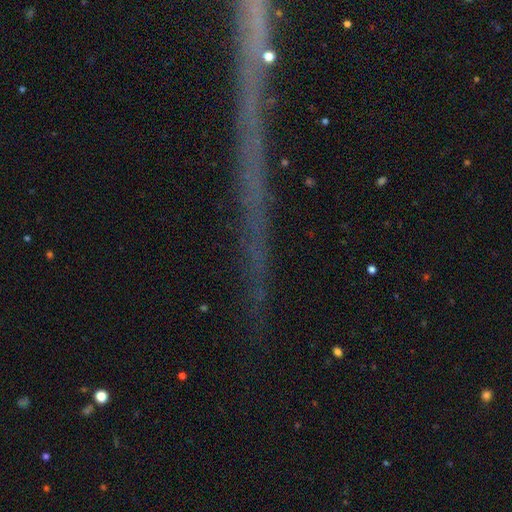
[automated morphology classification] This is likely a star or artifact rather than a galaxy (63%).